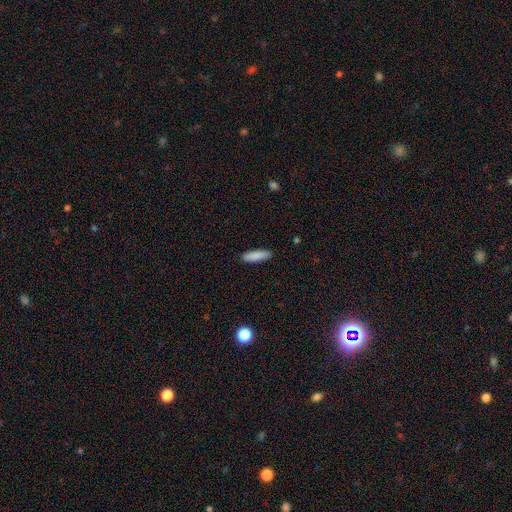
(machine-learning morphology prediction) This is clearly a smooth galaxy (88%). How rounded: likely cigar-shaped (62%). Merging: clearly none (89%).